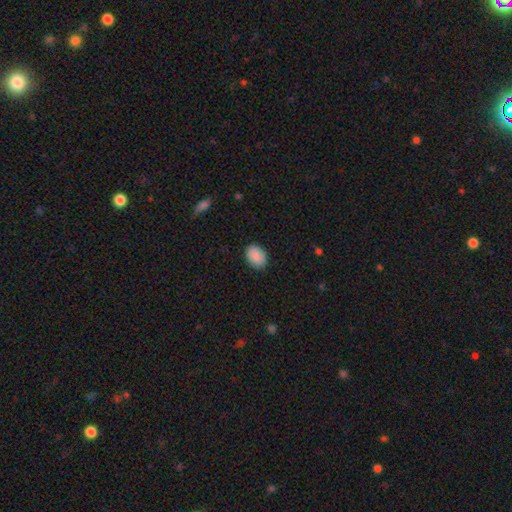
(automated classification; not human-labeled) Overall: smooth (90%). How rounded: in between (77%). Merging: none (87%).